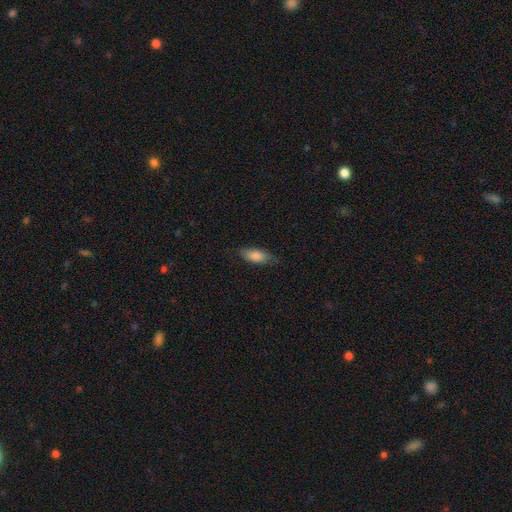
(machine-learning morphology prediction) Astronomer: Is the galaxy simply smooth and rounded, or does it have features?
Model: smooth — 79%.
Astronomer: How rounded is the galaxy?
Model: in between — 77%.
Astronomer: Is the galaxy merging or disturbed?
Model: none — 77%.